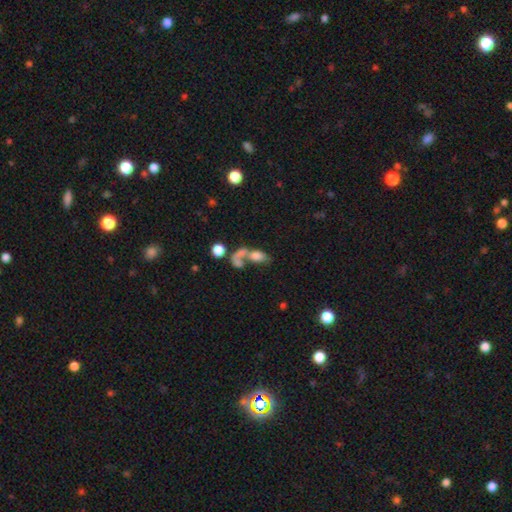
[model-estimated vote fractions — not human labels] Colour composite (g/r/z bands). It shows a smooth galaxy with no disk features (59%) that is in between round and cigar-shaped (78%). Merging: merger (58%).